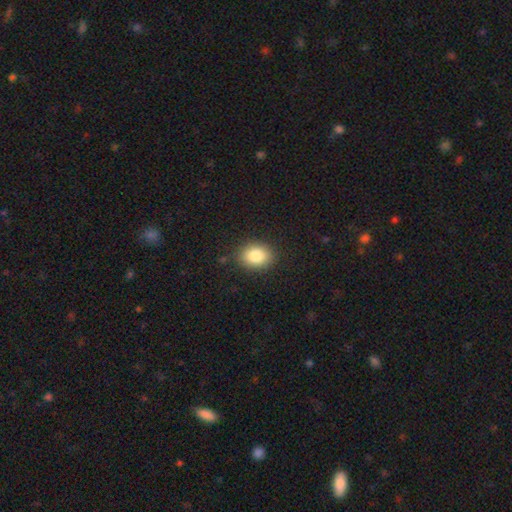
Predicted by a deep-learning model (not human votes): smooth-or-featured: smooth: 84% | star or artifact: 9% | featured or disk: 7%
  how-rounded: in between: 61% | round: 38% | cigar-shaped: 1%
  merging: none: 86% | minor disturbance: 10% | major disturbance: 3% | merger: 1%